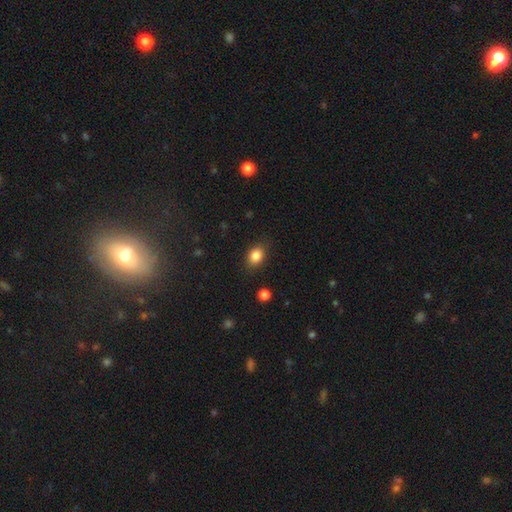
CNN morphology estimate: This is clearly a smooth galaxy (85%). How rounded: likely in between (70%). Merging: clearly none (85%).